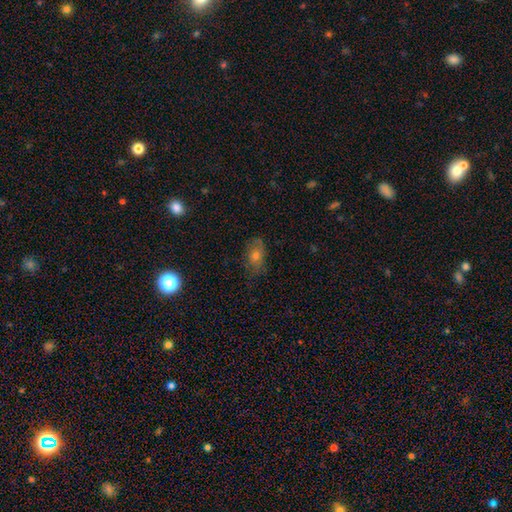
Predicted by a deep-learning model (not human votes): Q: Smooth or featured?
A: smooth (57%); runner-up: featured or disk (26%)
Q: How rounded?
A: in between (75%); runner-up: round (22%)
Q: Merging?
A: none (71%); runner-up: minor disturbance (21%)